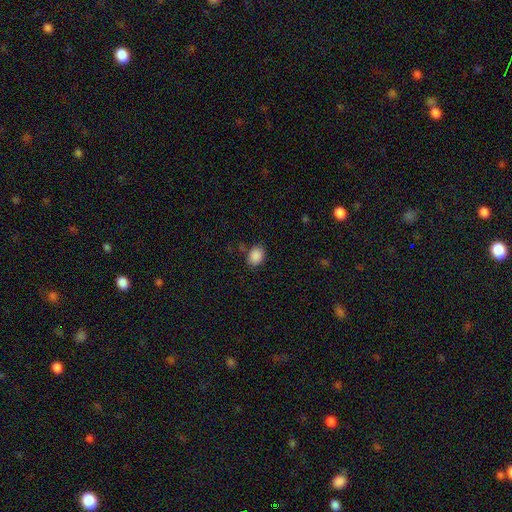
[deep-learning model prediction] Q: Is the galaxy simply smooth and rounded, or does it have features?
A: smooth — 88%.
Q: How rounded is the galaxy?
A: in between — 58%.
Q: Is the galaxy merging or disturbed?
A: none — 78%.